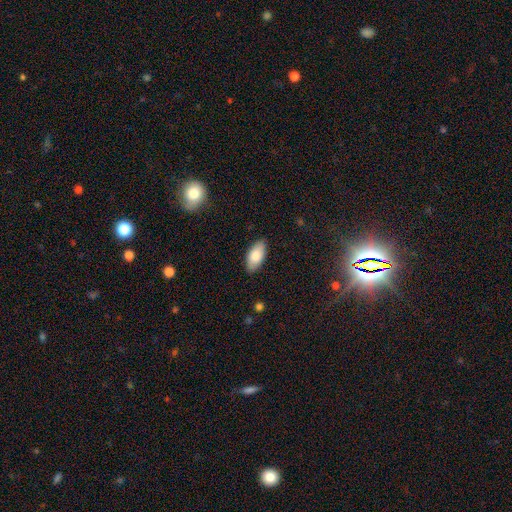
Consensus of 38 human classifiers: This is clearly a smooth galaxy (97%). How rounded: clearly in between (86%). Merging: clearly none (84%).